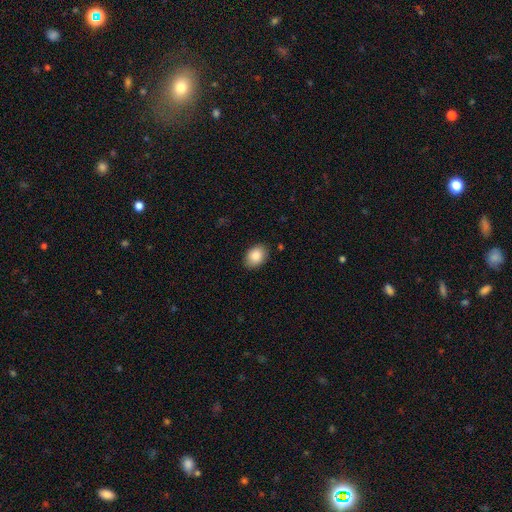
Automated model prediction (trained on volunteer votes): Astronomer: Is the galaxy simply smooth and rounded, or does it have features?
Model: smooth — 86%.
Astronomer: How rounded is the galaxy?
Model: in between — 80%.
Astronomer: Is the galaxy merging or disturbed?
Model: none — 86%.